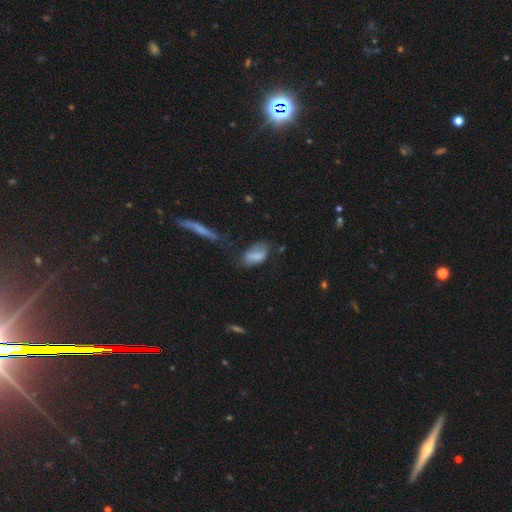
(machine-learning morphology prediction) This appears to be a smooth galaxy with no disk features (71%) that is in between round and cigar-shaped (89%). Merging: none (47%).